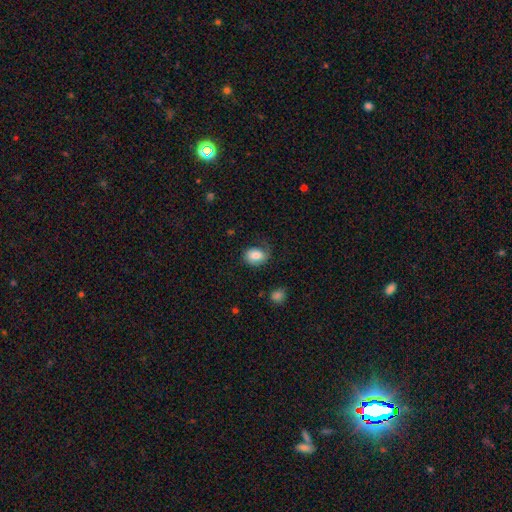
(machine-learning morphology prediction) smooth-or-featured: smooth: 75% | featured or disk: 17% | star or artifact: 8%
  how-rounded: in between: 63% | round: 36% | cigar-shaped: 1%
  merging: none: 55% | minor disturbance: 26% | major disturbance: 16% | merger: 2%